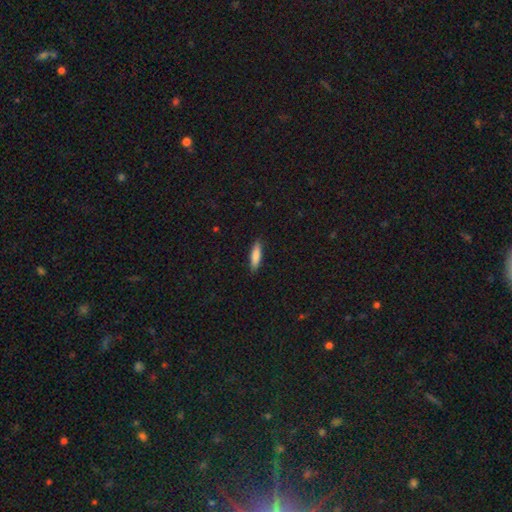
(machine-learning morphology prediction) smooth_or_featured: smooth (p=0.82) [alt: featured or disk p=0.12]
how_rounded: cigar-shaped (p=0.70) [alt: in between p=0.29]
merging: none (p=0.89) [alt: minor disturbance p=0.08]